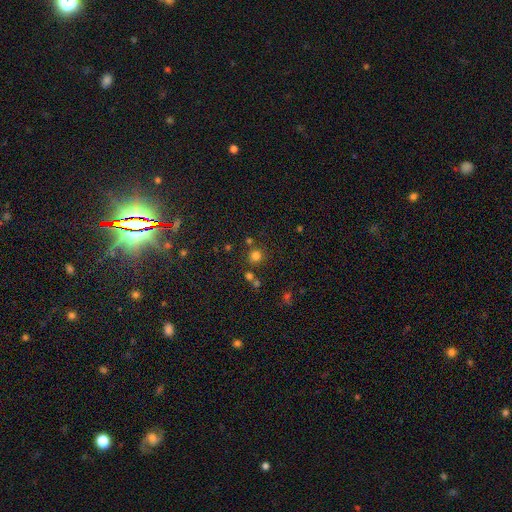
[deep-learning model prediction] Morphology: type=smooth (75%); roundness=round (91%); merging=none (76%).